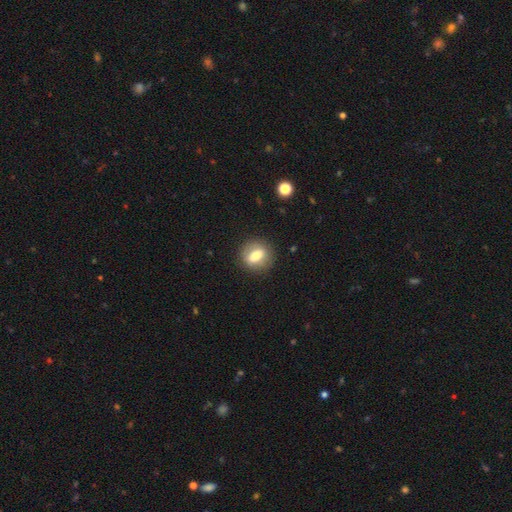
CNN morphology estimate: Overall: smooth (62%; featured or disk 30%). How rounded: round (59%; in between 38%). Merging: none (85%).